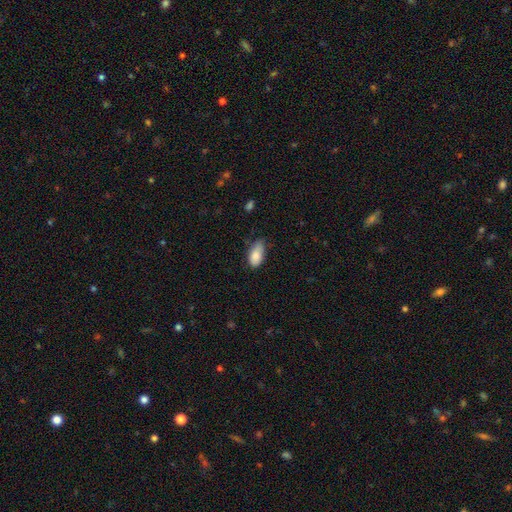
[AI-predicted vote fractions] A smooth galaxy with no disk features (84%) that is in between round and cigar-shaped (92%). Merging: none (48%).